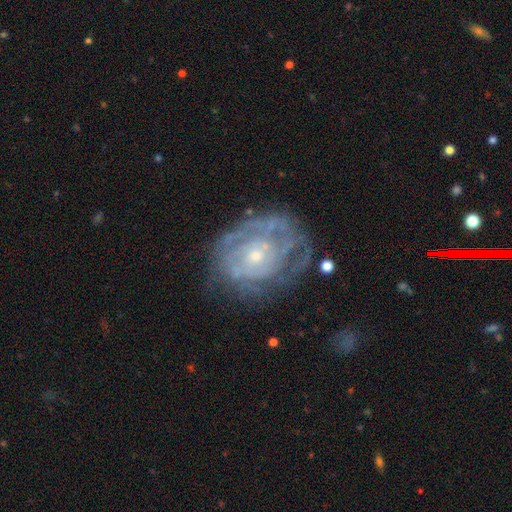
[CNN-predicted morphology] A featured or disk galaxy (80%) with no bar (81%), tight (72%) spiral arms (74%) and a small central bulge (65%). Merging: none (60%).